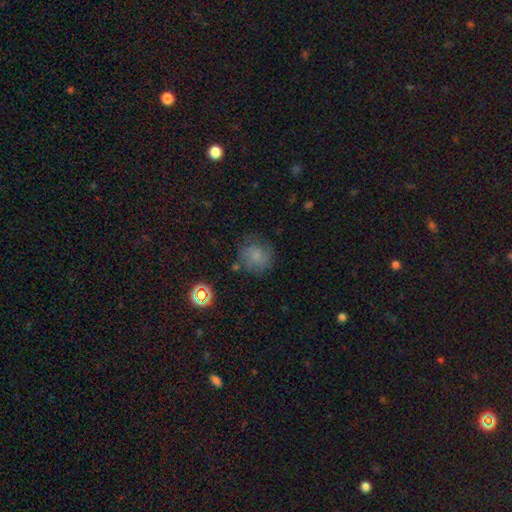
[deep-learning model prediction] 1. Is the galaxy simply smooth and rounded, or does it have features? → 71% smooth, 17% featured or disk, 13% star or artifact.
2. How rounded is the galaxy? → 87% round, 12% in between, 1% cigar-shaped.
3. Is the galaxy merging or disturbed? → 67% none, 21% minor disturbance, 9% major disturbance, 3% merger.